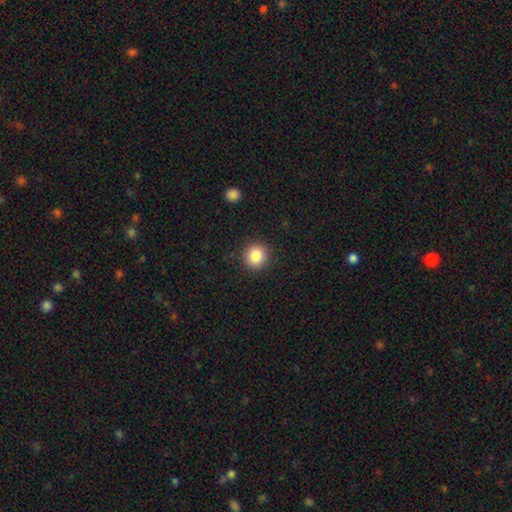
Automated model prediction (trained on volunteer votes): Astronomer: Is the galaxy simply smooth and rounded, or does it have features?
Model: smooth — 86%.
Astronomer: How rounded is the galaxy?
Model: round — 89%.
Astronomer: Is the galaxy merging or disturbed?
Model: none — 90%.